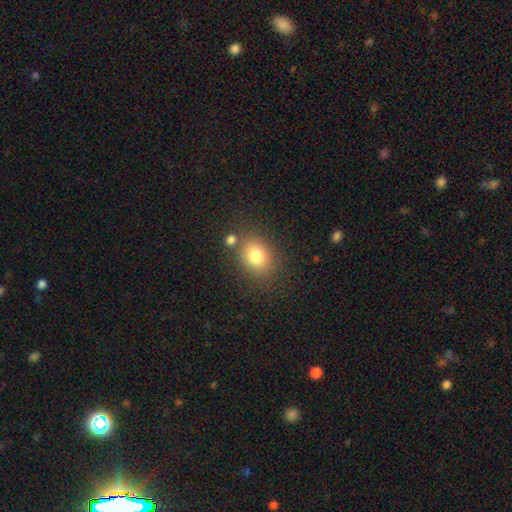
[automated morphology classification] smooth_or_featured: smooth (p=0.80) [alt: star or artifact p=0.11]
how_rounded: round (p=0.50) [alt: in between p=0.49]
merging: none (p=0.74) [alt: minor disturbance p=0.12]